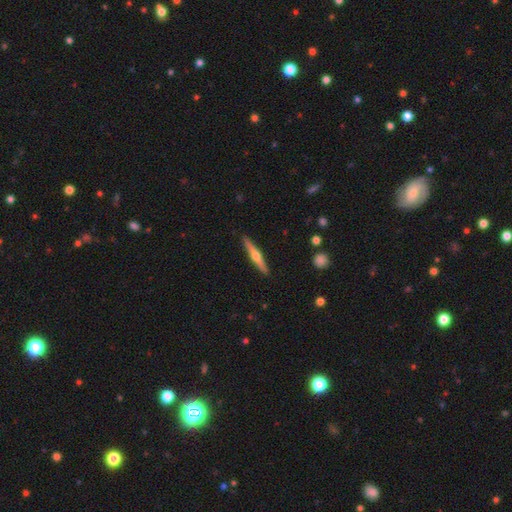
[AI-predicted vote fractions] smooth_or_featured: featured or disk (p=0.68) [alt: smooth p=0.27]
disk_edge_on: yes (p=0.98) [alt: no p=0.02]
edge_on_bulge: rounded (p=0.93) [alt: none p=0.04]
merging: none (p=0.91) [alt: minor disturbance p=0.06]